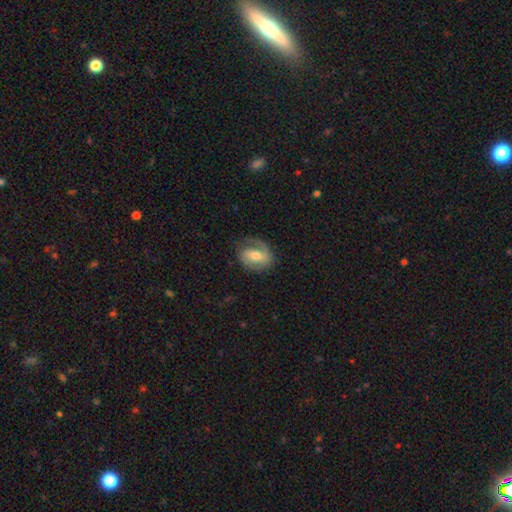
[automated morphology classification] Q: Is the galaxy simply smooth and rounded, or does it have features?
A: featured or disk — 69%.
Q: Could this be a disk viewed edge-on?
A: no — 96%.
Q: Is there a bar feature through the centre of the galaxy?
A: weak — 43%.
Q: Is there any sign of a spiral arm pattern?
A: yes — 87%.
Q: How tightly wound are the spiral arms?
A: medium — 41%.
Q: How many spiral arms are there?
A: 2 — 53%.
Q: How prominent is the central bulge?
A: moderate — 62%.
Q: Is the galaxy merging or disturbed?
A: none — 66%.